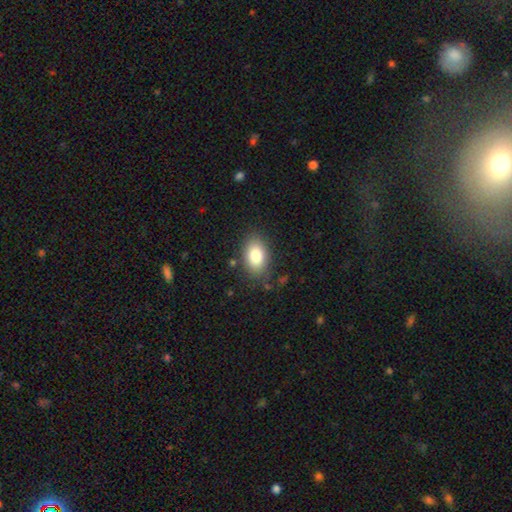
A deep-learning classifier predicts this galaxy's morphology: smooth-or-featured: smooth: 83% | featured or disk: 9% | star or artifact: 8%
  how-rounded: in between: 90% | round: 9% | cigar-shaped: 1%
  merging: none: 82% | minor disturbance: 12% | major disturbance: 4% | merger: 2%